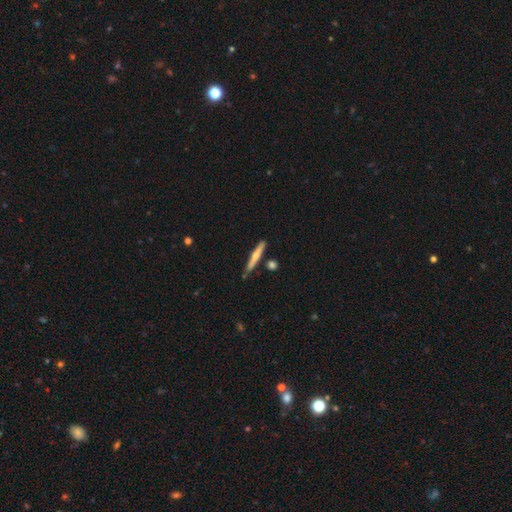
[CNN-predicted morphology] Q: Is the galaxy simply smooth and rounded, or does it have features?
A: featured or disk — 48%.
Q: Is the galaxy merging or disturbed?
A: none — 83%.